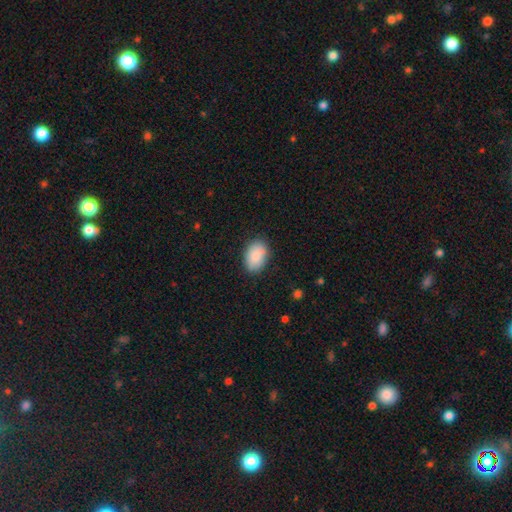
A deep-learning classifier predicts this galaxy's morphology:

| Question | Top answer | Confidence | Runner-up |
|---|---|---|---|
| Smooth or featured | smooth | 88% | star or artifact (7%) |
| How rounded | in between | 87% | round (12%) |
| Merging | none | 83% | minor disturbance (13%) |